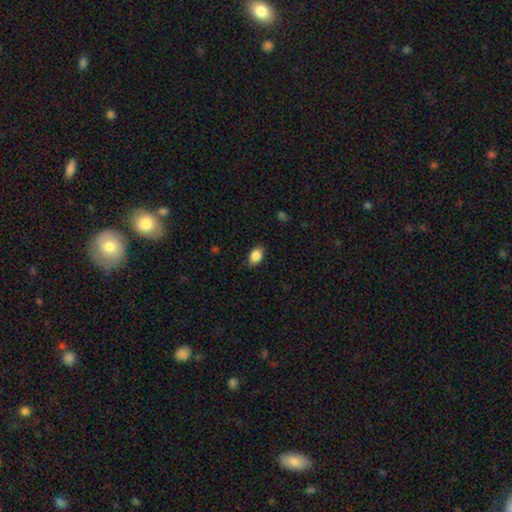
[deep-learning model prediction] Overall: smooth (87%). How rounded: in between (84%). Merging: none (83%).